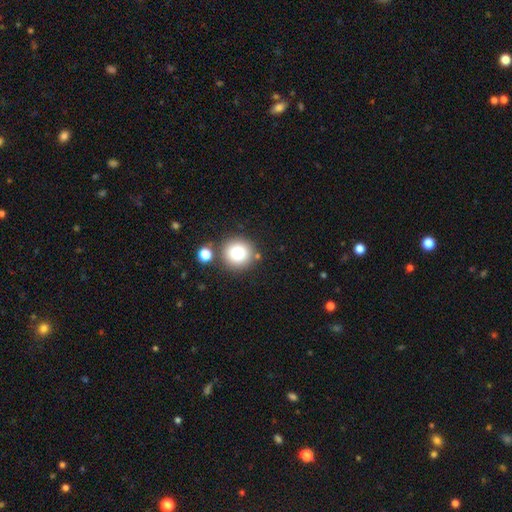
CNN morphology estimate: Smooth or featured: smooth — 80% (star or artifact — 14%)
How rounded: round — 93% (in between — 6%)
Merging: none — 82% (minor disturbance — 8%)